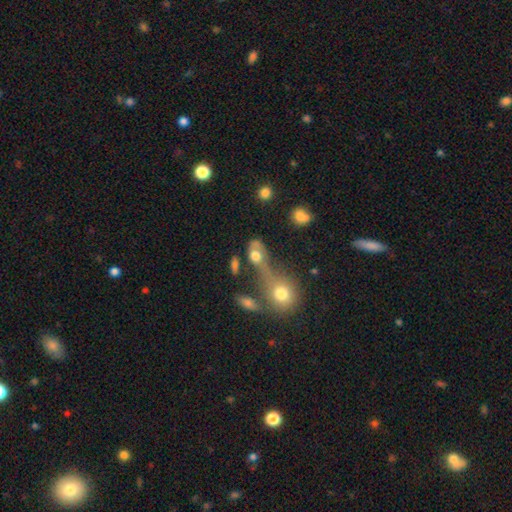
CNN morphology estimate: Smooth or featured? Predicted: smooth (p=0.65). How rounded? Predicted: in between (p=0.68). Merging? Predicted: merger (p=0.48).